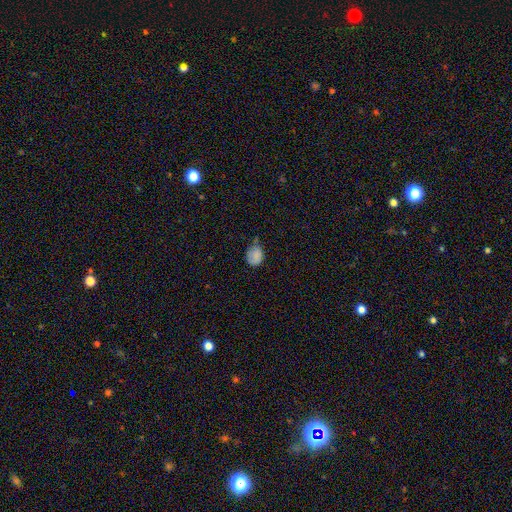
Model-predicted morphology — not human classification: Smooth or featured?
  - smooth: 83% *
  - star or artifact: 9%
  - featured or disk: 8%
How rounded?
  - in between: 53% *
  - round: 46%
  - cigar-shaped: 1%
Merging?
  - none: 43% *
  - minor disturbance: 42%
  - major disturbance: 11%
  - merger: 4%